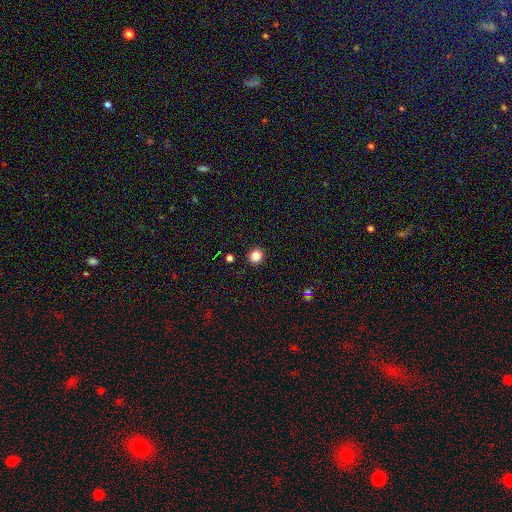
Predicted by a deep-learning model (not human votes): This appears to be a smooth galaxy with no disk features (84%) that is round (91%). Merging: none (92%).